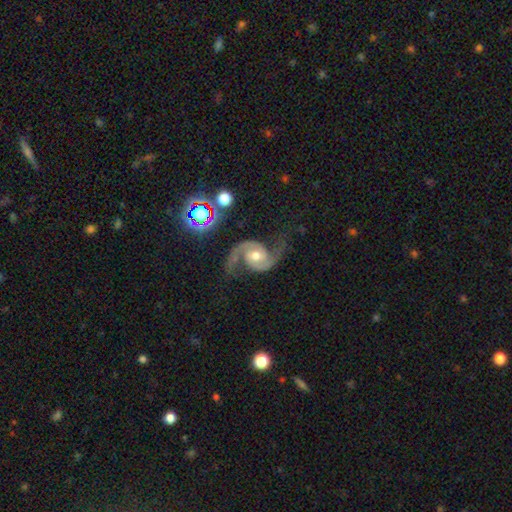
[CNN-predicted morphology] This is clearly a featured or disk galaxy (91%). It is clearly not viewed edge-on (98%). Bar: likely no (61%). Spiral arm pattern: clearly yes (98%). Spiral arm count: clearly 2 (94%). Spiral winding: possibly medium (47%). Central bulge: likely moderate (72%). Merging: likely none (75%).